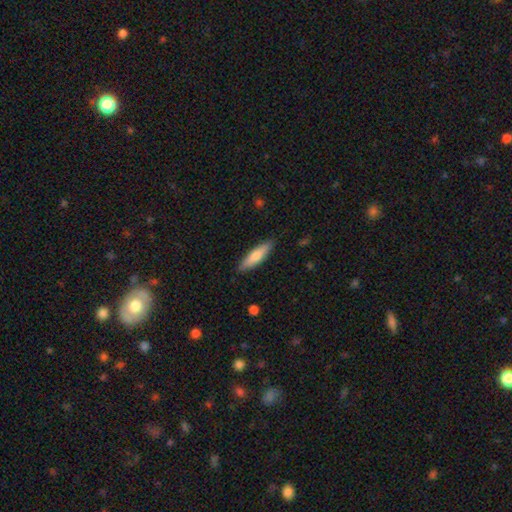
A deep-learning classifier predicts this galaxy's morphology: Overall: smooth (74%). How rounded: cigar-shaped (70%). Merging: none (88%).